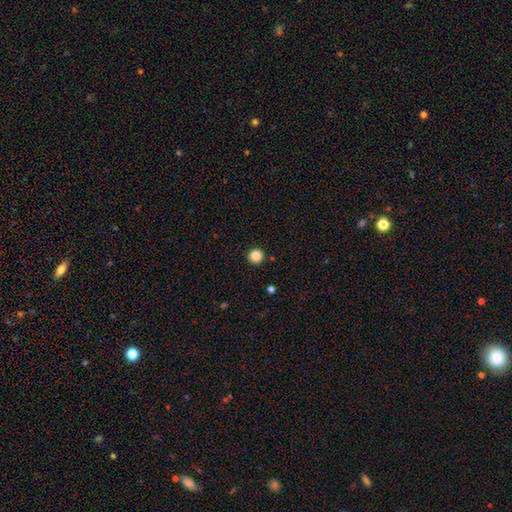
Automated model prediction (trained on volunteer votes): A smooth galaxy with no disk features (85%) that is round (95%).

Vote fractions:
- Smooth or featured? smooth: 85% / star or artifact: 11% / featured or disk: 4%
- How rounded? round: 95% / in between: 4% / cigar-shaped: 1%
- Merging? none: 92% / minor disturbance: 5% / major disturbance: 2% / merger: 1%